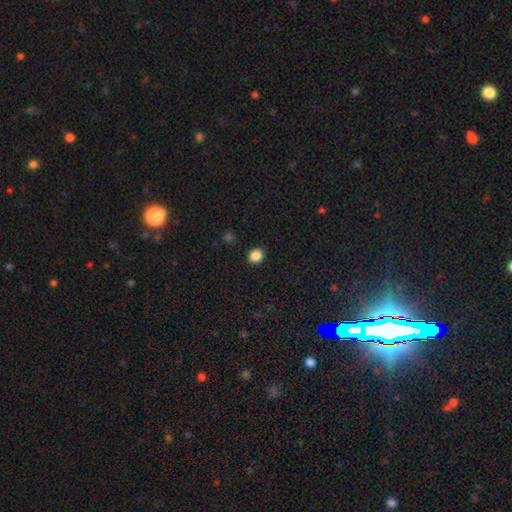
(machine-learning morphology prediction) Smooth or featured: smooth — 87% (star or artifact — 11%)
How rounded: round — 70% (in between — 29%)
Merging: none — 91% (minor disturbance — 6%)